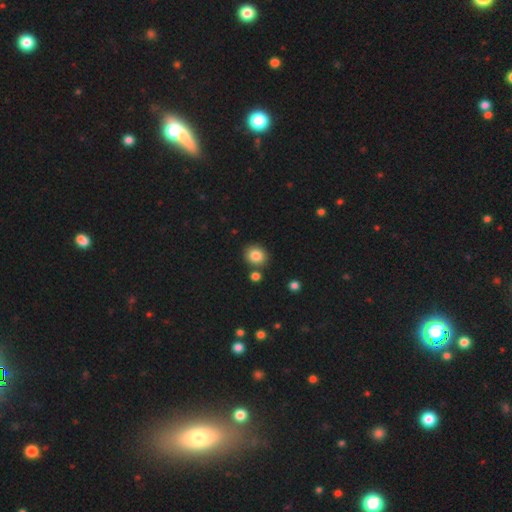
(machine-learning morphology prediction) Smooth or featured: smooth — 84% (star or artifact — 10%)
How rounded: round — 73% (in between — 26%)
Merging: none — 79% (merger — 10%)